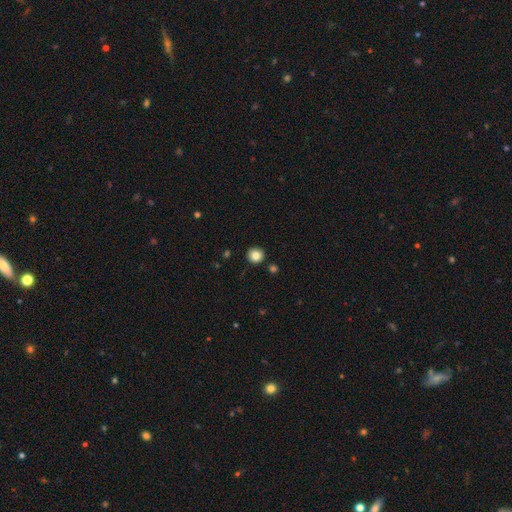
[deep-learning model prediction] Q: Smooth or featured?
A: smooth (84%); runner-up: star or artifact (10%)
Q: How rounded?
A: round (92%); runner-up: in between (7%)
Q: Merging?
A: none (89%); runner-up: minor disturbance (7%)